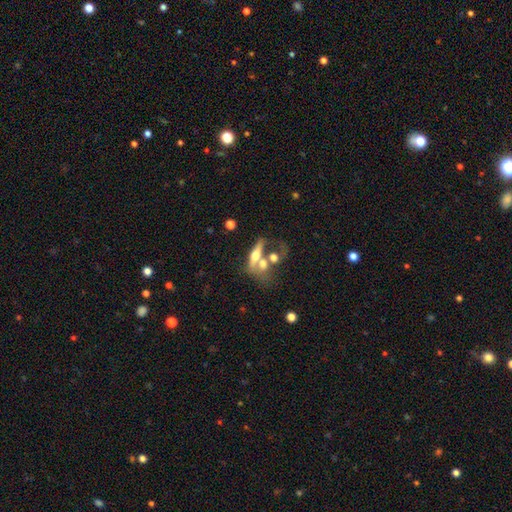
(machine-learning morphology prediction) type=featured or disk (53%); edge-on=yes (69%); merging=merger (51%).